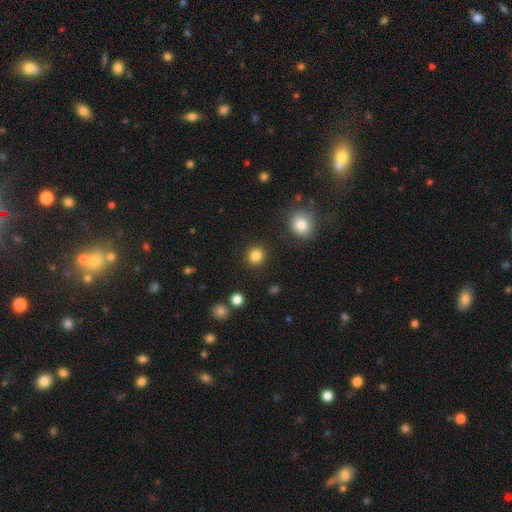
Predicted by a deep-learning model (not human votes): Smooth or featured? smooth (84%)
How rounded? round (92%)
Merging? none (91%)